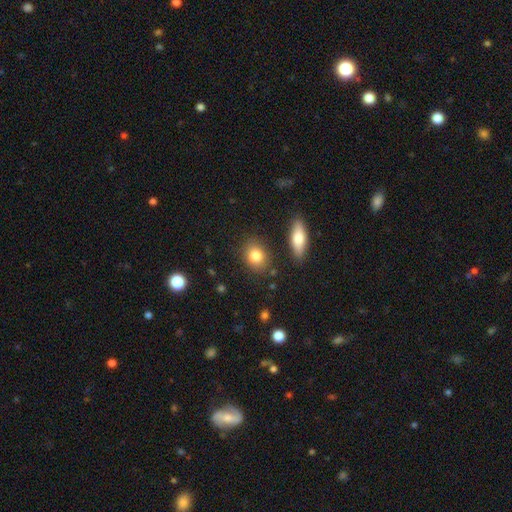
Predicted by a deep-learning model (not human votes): Q: Smooth or featured?
A: smooth (82%); runner-up: featured or disk (9%)
Q: How rounded?
A: in between (49%); runner-up: round (48%)
Q: Merging?
A: none (81%); runner-up: minor disturbance (11%)